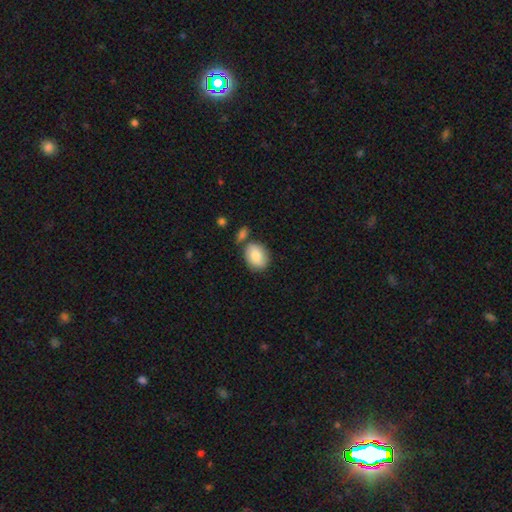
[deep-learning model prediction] Q: Smooth or featured?
A: smooth (81%); runner-up: featured or disk (13%)
Q: How rounded?
A: in between (64%); runner-up: round (34%)
Q: Merging?
A: none (64%); runner-up: minor disturbance (17%)